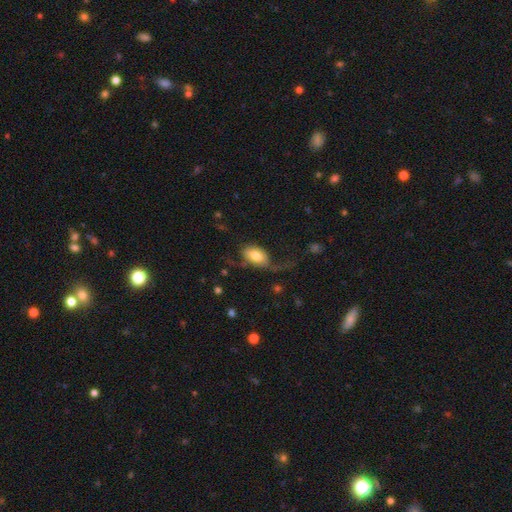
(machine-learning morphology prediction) The model was most divided on "merging": major disturbance: 40%, none: 36%, minor disturbance: 21%, merger: 4%. More confident: how rounded — in between (90%); smooth or featured — smooth (67%).